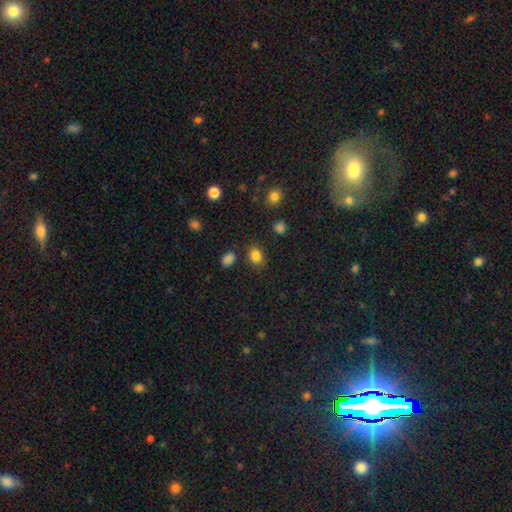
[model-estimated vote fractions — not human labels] Q: Smooth or featured?
A: smooth (84%); runner-up: star or artifact (12%)
Q: How rounded?
A: in between (52%); runner-up: round (47%)
Q: Merging?
A: none (82%); runner-up: minor disturbance (11%)